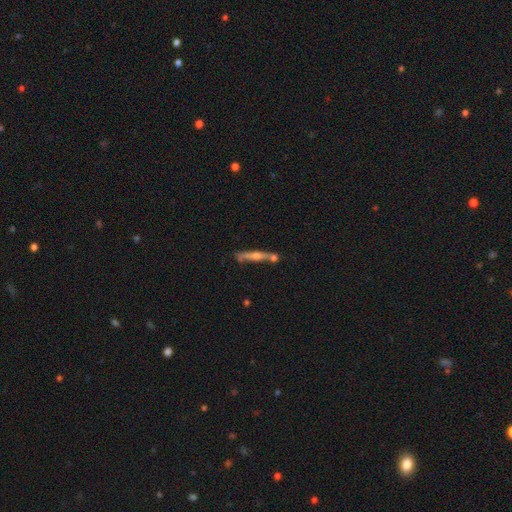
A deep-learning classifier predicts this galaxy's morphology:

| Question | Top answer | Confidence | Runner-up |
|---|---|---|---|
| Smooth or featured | featured or disk | 61% | smooth (32%) |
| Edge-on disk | yes | 91% | no (9%) |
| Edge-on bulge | rounded | 74% | none (17%) |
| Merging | none | 63% | minor disturbance (17%) |